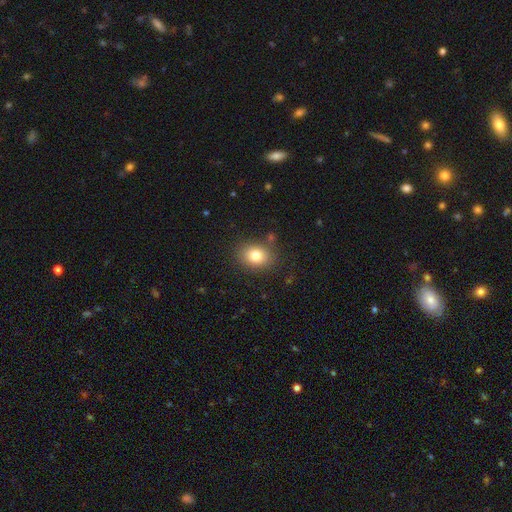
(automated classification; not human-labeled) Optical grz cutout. It shows a smooth galaxy with no disk features (80%) that is in between round and cigar-shaped (51%). Merging: none (84%).